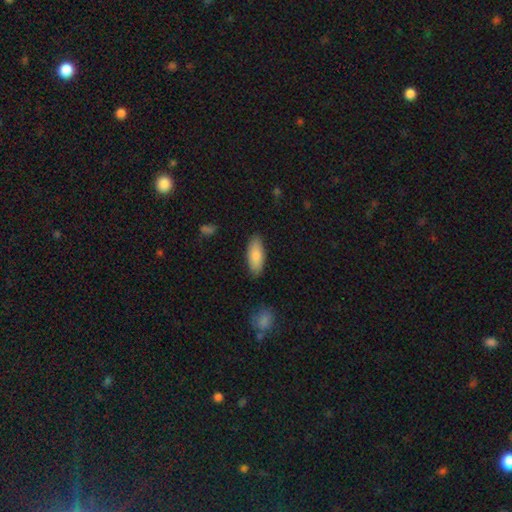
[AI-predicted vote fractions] smooth-or-featured: smooth: 84% | featured or disk: 10% | star or artifact: 6%
  how-rounded: in between: 81% | cigar-shaped: 17% | round: 2%
  merging: none: 84% | minor disturbance: 12% | major disturbance: 2% | merger: 2%